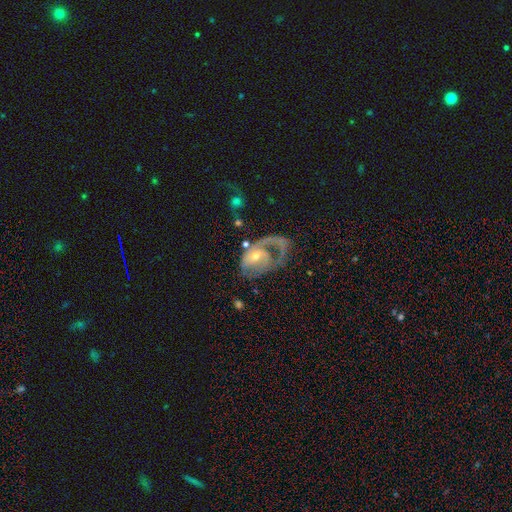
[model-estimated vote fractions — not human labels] Smooth or featured?
  - featured or disk: 81% *
  - smooth: 13%
  - star or artifact: 6%
Edge-on disk?
  - no: 97% *
  - yes: 3%
Bar?
  - no: 57% *
  - weak: 34%
  - strong: 9%
Spiral arms?
  - yes: 84% *
  - no: 16%
Spiral winding?
  - medium: 41% *
  - loose: 32%
  - tight: 26%
Spiral arm count?
  - 1: 62% *
  - 2: 23%
  - can't tell: 10%
  - 3: 3%
  - 4: 1%
  - more than 4: 1%
Bulge size?
  - moderate: 52% *
  - small: 43%
  - large: 3%
  - none: 2%
  - dominant: 1%
Merging?
  - major disturbance: 51% *
  - none: 26%
  - minor disturbance: 17%
  - merger: 6%